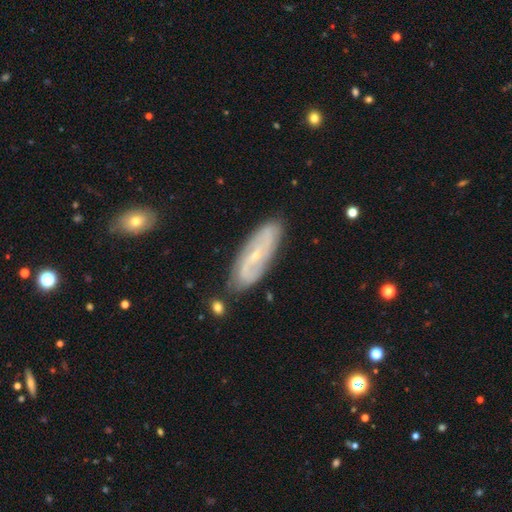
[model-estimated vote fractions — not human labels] Smooth or featured?
  - featured or disk: 77% *
  - smooth: 16%
  - star or artifact: 6%
Edge-on disk?
  - no: 88% *
  - yes: 12%
Bar?
  - no: 45% *
  - weak: 39%
  - strong: 16%
Spiral arms?
  - yes: 88% *
  - no: 12%
Spiral winding?
  - medium: 39% *
  - loose: 31%
  - tight: 29%
Spiral arm count?
  - 2: 74% *
  - can't tell: 16%
  - 3: 3%
  - 1: 2%
  - 4: 2%
  - more than 4: 2%
Bulge size?
  - small: 79% *
  - moderate: 18%
  - none: 2%
  - large: 1%
  - dominant: 1%
Merging?
  - none: 81% *
  - minor disturbance: 13%
  - major disturbance: 3%
  - merger: 2%